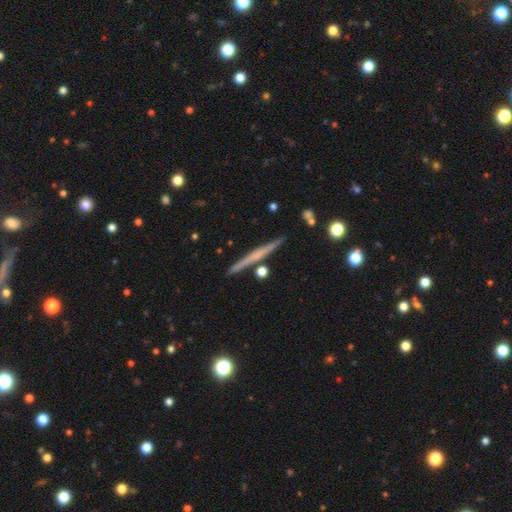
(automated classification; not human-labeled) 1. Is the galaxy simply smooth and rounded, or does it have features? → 59% featured or disk, 35% smooth, 6% star or artifact.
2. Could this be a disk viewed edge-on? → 98% yes, 2% no.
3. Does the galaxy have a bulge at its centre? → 76% none, 17% rounded, 7% boxy.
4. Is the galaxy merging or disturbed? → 88% none, 7% minor disturbance, 3% merger, 2% major disturbance.